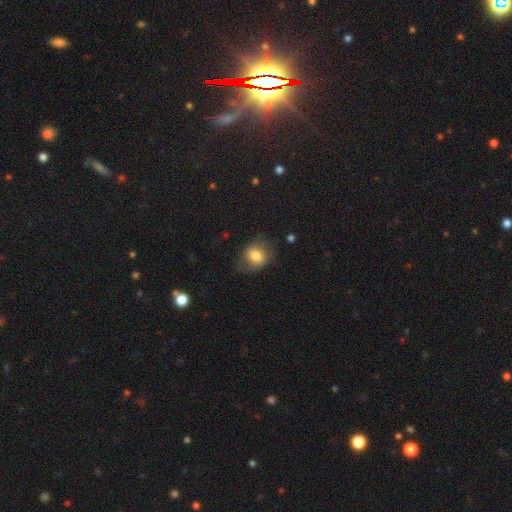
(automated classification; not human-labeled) smooth_or_featured: smooth (p=0.75) [alt: featured or disk p=0.16]
how_rounded: in between (p=0.50) [alt: round p=0.48]
merging: none (p=0.64) [alt: minor disturbance p=0.23]